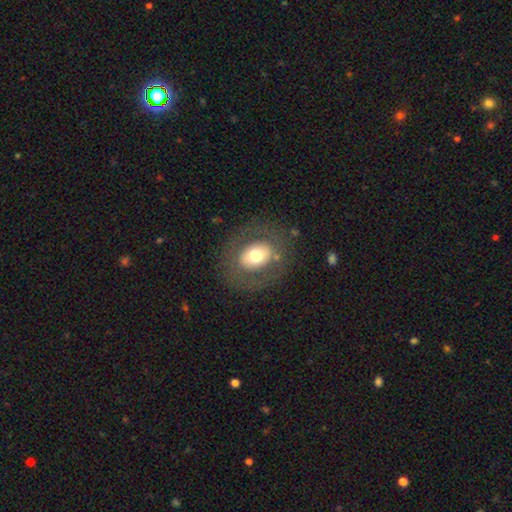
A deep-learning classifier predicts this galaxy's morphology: Smooth or featured: smooth — 57% (featured or disk — 34%)
How rounded: round — 52% (in between — 47%)
Merging: none — 80% (minor disturbance — 11%)